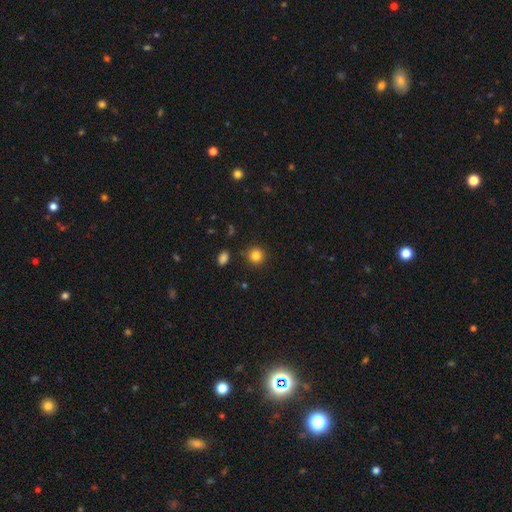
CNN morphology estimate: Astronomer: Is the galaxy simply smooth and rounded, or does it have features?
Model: smooth — 82%.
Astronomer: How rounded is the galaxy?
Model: round — 92%.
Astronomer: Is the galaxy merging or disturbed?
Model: none — 89%.